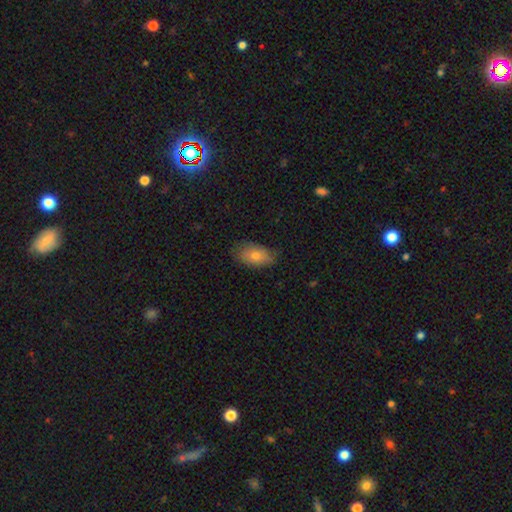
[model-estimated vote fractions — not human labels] smooth-or-featured: smooth: 72% | featured or disk: 19% | star or artifact: 9%
  how-rounded: in between: 90% | round: 6% | cigar-shaped: 3%
  merging: none: 76% | minor disturbance: 19% | major disturbance: 3% | merger: 1%